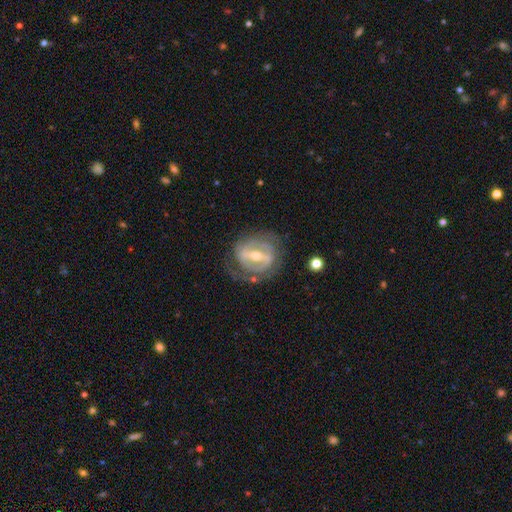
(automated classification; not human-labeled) smooth-or-featured: featured or disk: 84% | smooth: 10% | star or artifact: 5%
  disk-edge-on: no: 94% | yes: 6%
    bar: strong: 66% | weak: 26% | no: 8%
    has-spiral-arms: yes: 76% | no: 24%
      spiral-winding: tight: 53% | medium: 34% | loose: 13%
      spiral-arm-count: 2: 67% | can't tell: 20% | 1: 5% | 3: 5% | 4: 2% | more than 4: 1%
    bulge-size: moderate: 62% | small: 32% | large: 4% | none: 1% | dominant: 1%
  merging: none: 70% | minor disturbance: 17% | major disturbance: 11% | merger: 2%